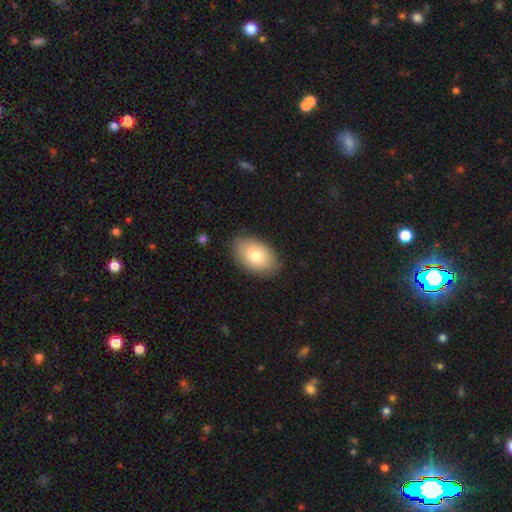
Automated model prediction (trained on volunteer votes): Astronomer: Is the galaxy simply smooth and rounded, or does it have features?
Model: smooth — 78%.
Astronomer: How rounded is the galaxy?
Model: in between — 92%.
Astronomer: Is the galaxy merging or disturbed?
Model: none — 84%.